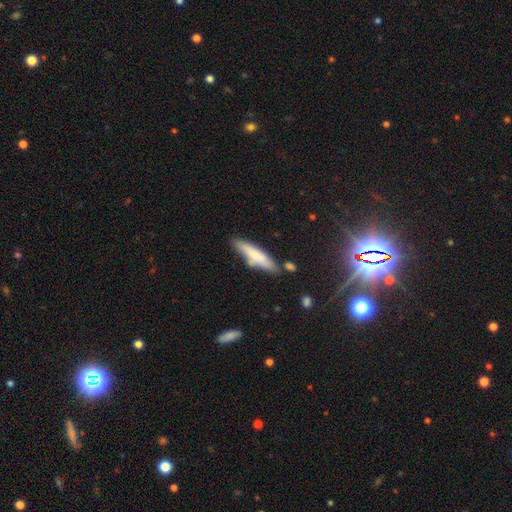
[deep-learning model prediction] This is likely a smooth galaxy (68%). How rounded: likely cigar-shaped (77%). Merging: likely none (70%).